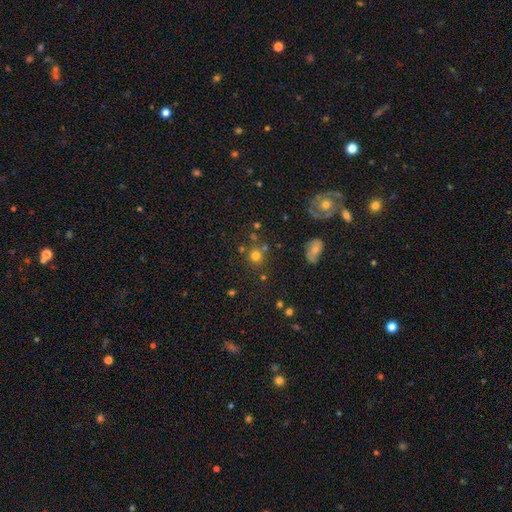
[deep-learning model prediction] Smooth or featured? smooth (71%)
How rounded? round (88%)
Merging? none (71%)